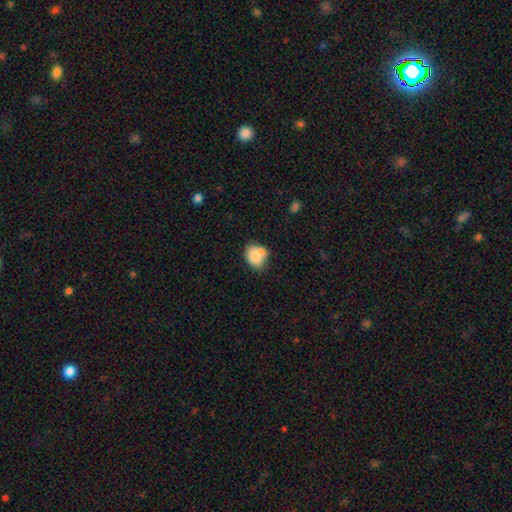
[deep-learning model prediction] smooth-or-featured: smooth: 79% | featured or disk: 12% | star or artifact: 9%
  how-rounded: round: 52% | in between: 47% | cigar-shaped: 1%
  merging: none: 46% | merger: 27% | minor disturbance: 21% | major disturbance: 6%